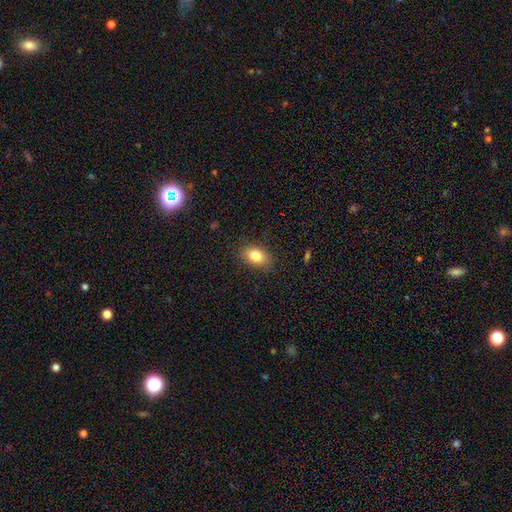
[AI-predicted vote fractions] A smooth galaxy with no disk features (82%) that is in between round and cigar-shaped (79%). Merging: none (83%).